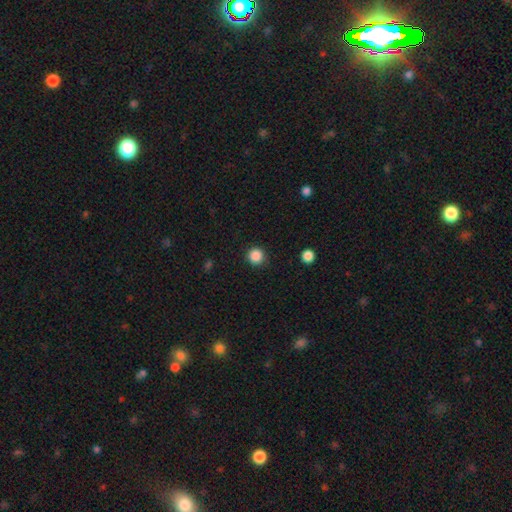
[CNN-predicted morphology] type=smooth (87%); roundness=round (95%); merging=none (91%).